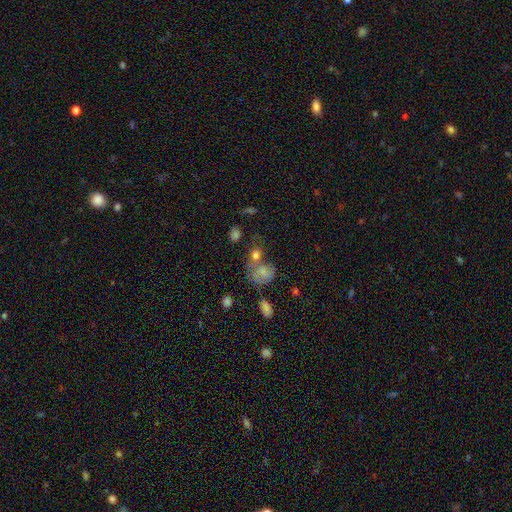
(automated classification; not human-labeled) A smooth galaxy with no disk features (65%) that is round (61%).

Vote fractions:
- Smooth or featured? smooth: 65% / featured or disk: 20% / star or artifact: 15%
- How rounded? round: 61% / in between: 37% / cigar-shaped: 2%
- Merging? merger: 38% / none: 37% / minor disturbance: 14% / major disturbance: 11%